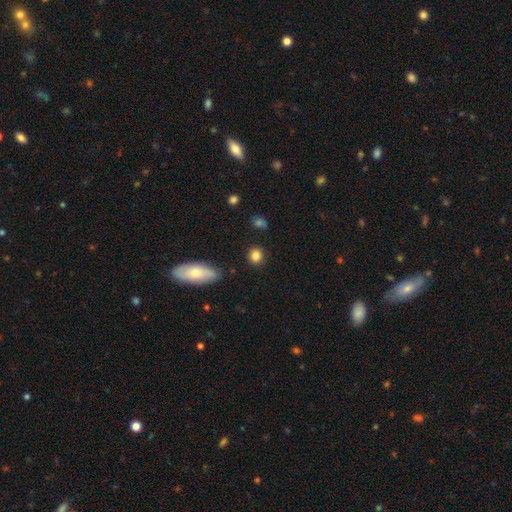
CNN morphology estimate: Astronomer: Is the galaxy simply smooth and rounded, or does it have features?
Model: smooth — 84%.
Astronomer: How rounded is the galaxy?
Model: round — 77%.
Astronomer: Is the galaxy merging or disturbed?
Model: none — 86%.